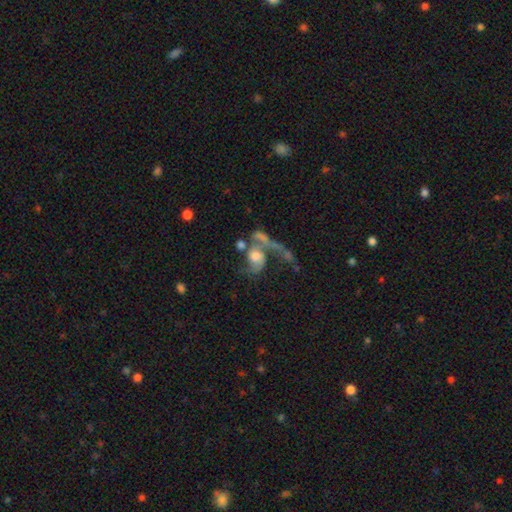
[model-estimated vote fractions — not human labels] smooth_or_featured: featured or disk (p=0.61) [alt: smooth p=0.29]
disk_edge_on: no (p=0.96) [alt: yes p=0.04]
bar: no (p=0.75) [alt: weak p=0.20]
has_spiral_arms: yes (p=0.74) [alt: no p=0.26]
bulge_size: moderate (p=0.40) [alt: large p=0.28]
merging: merger (p=0.41) [alt: major disturbance p=0.32]